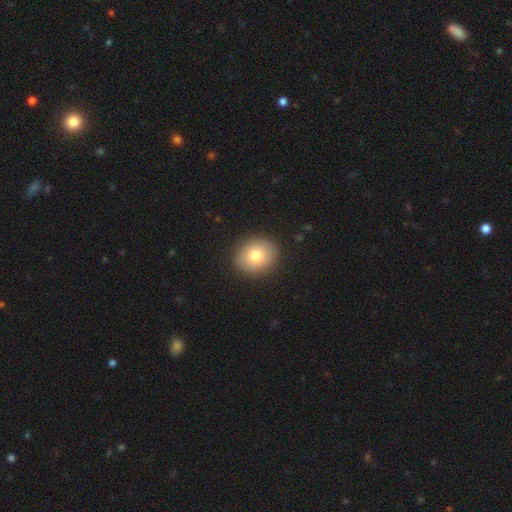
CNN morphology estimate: Smooth or featured? Predicted: smooth (p=0.79). How rounded? Predicted: round (p=0.70). Merging? Predicted: none (p=0.91).